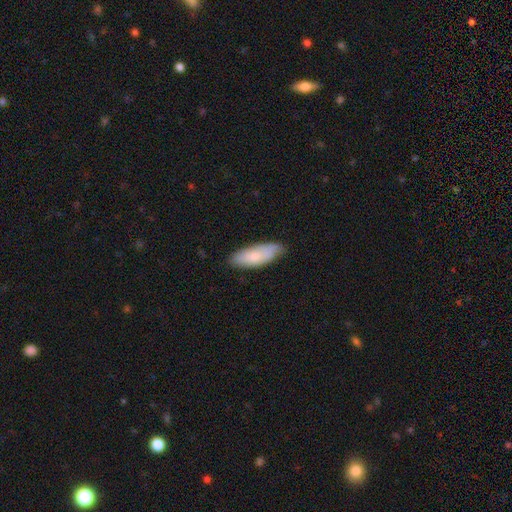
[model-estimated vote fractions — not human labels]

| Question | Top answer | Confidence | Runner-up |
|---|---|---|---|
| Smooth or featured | smooth | 74% | featured or disk (20%) |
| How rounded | in between | 71% | cigar-shaped (27%) |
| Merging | none | 69% | minor disturbance (26%) |